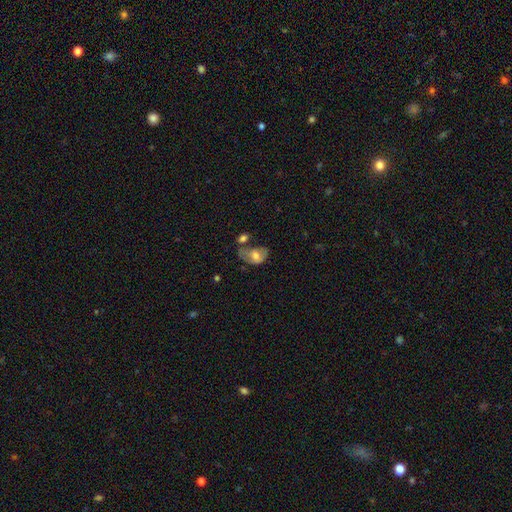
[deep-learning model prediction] Q: Smooth or featured?
A: smooth (57%); runner-up: featured or disk (35%)
Q: How rounded?
A: in between (85%); runner-up: round (14%)
Q: Merging?
A: merger (27%); runner-up: minor disturbance (25%)